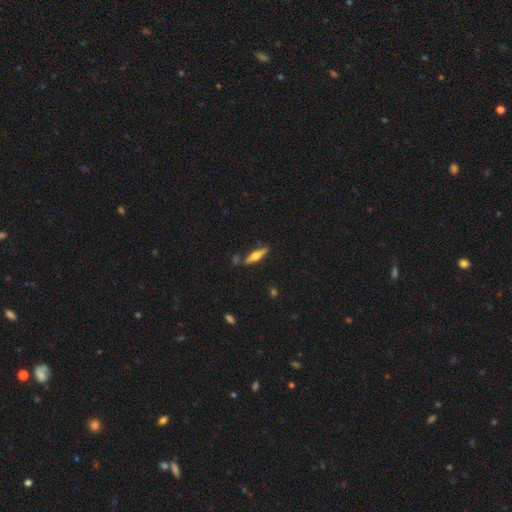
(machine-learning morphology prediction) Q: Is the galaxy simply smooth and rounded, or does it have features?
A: featured or disk — 62%.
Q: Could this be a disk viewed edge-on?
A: yes — 96%.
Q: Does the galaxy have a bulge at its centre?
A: rounded — 92%.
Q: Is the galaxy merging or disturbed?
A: none — 81%.